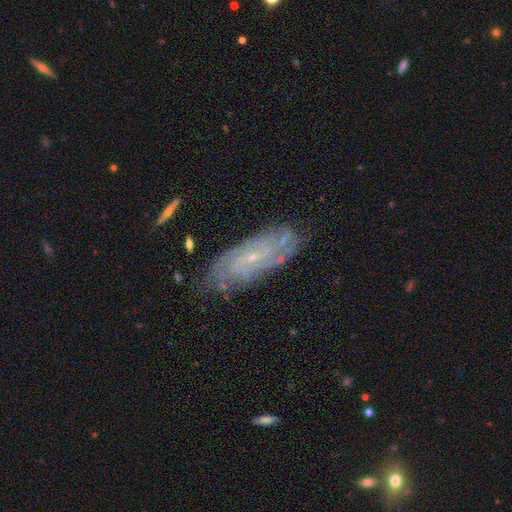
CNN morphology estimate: smooth-or-featured: featured or disk: 80% | smooth: 11% | star or artifact: 9%
  disk-edge-on: no: 90% | yes: 10%
    bar: no: 60% | weak: 32% | strong: 8%
    has-spiral-arms: yes: 95% | no: 5%
      spiral-winding: tight: 66% | medium: 27% | loose: 6%
      spiral-arm-count: can't tell: 34% | 2: 24% | 3: 15% | 4: 13% | more than 4: 7% | 1: 6%
    bulge-size: small: 81% | moderate: 13% | none: 5% | large: 1% | dominant: 1%
  merging: none: 79% | minor disturbance: 15% | major disturbance: 4% | merger: 2%